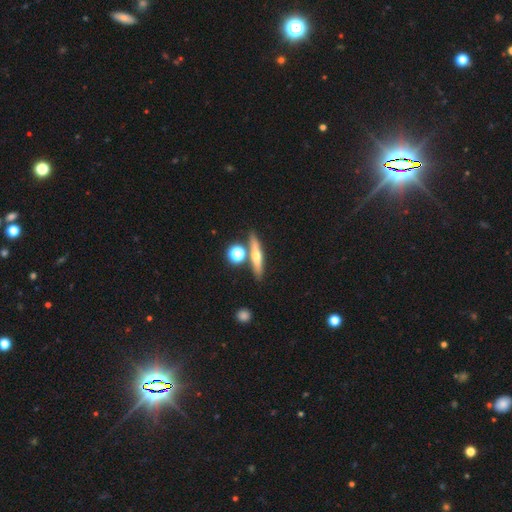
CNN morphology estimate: A featured or disk galaxy (49%).

Vote fractions:
- Smooth or featured? featured or disk: 49% / smooth: 41% / star or artifact: 10%
- Merging? none: 76% / merger: 12% / minor disturbance: 10% / major disturbance: 3%